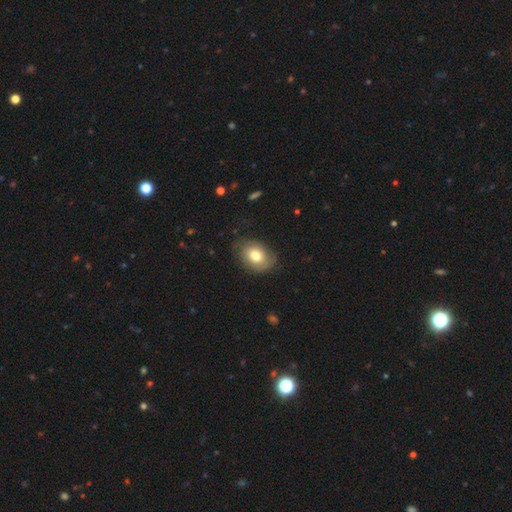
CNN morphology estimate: Smooth or featured: smooth — 71% (featured or disk — 22%)
How rounded: in between — 69% (round — 30%)
Merging: none — 71% (minor disturbance — 21%)